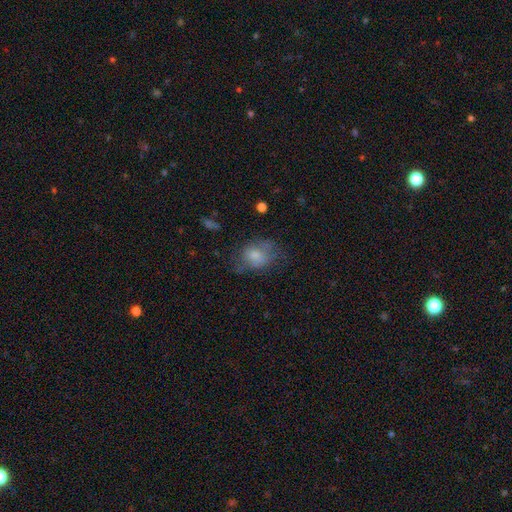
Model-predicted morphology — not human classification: This appears to be a smooth galaxy with no disk features (68%) that is in between round and cigar-shaped (59%). Merging: none (46%).